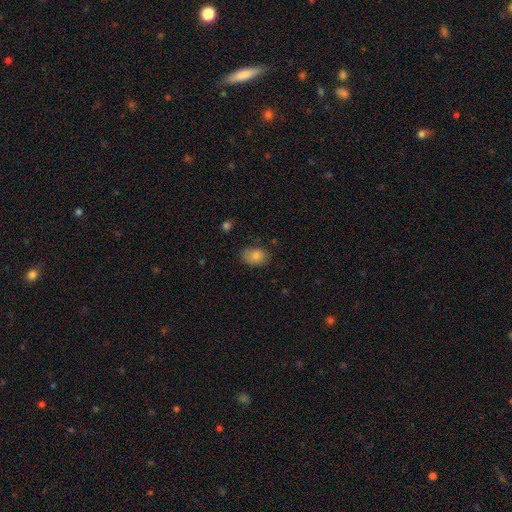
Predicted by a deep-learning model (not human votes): Smooth or featured: smooth — 78% (featured or disk — 12%)
How rounded: in between — 76% (round — 23%)
Merging: none — 72% (minor disturbance — 21%)